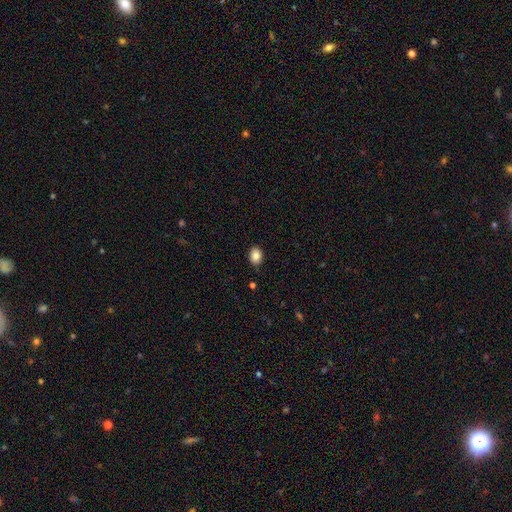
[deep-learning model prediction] This appears to be a smooth galaxy with no disk features (85%) that is in between round and cigar-shaped (65%). Merging: none (85%).